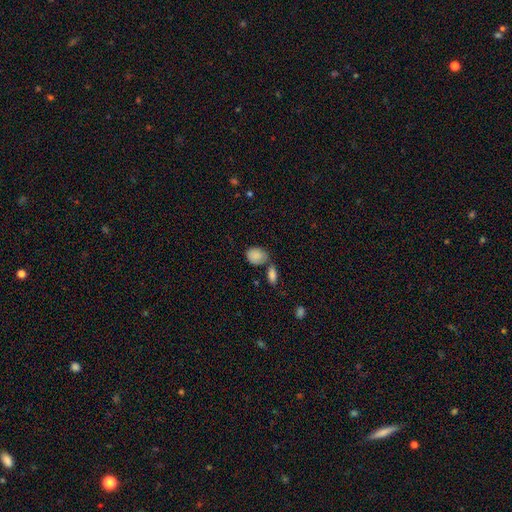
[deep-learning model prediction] A smooth galaxy with no disk features (87%) that is in between round and cigar-shaped (73%).

Vote fractions:
- Smooth or featured? smooth: 87% / star or artifact: 7% / featured or disk: 6%
- How rounded? in between: 73% / round: 25% / cigar-shaped: 2%
- Merging? none: 48% / merger: 28% / minor disturbance: 18% / major disturbance: 6%